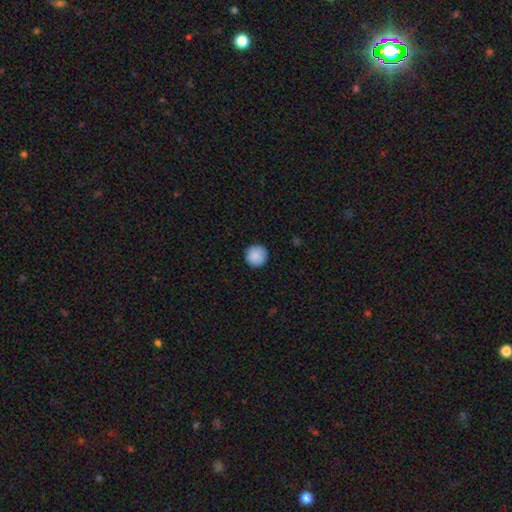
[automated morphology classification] Smooth or featured: smooth — 90% (star or artifact — 7%)
How rounded: round — 96% (in between — 4%)
Merging: none — 91% (minor disturbance — 7%)